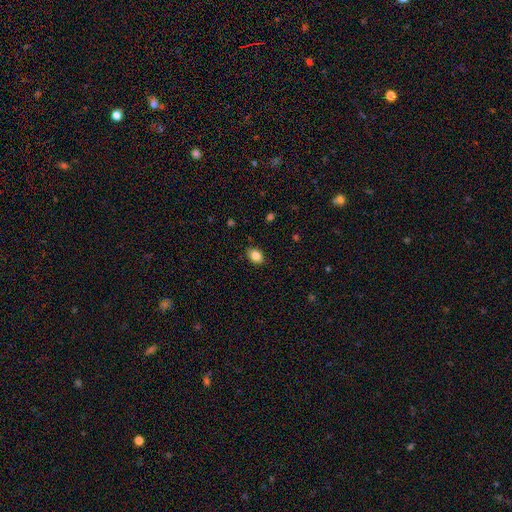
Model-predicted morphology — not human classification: A smooth galaxy with no disk features (85%) that is in between round and cigar-shaped (71%). Merging: none (87%).